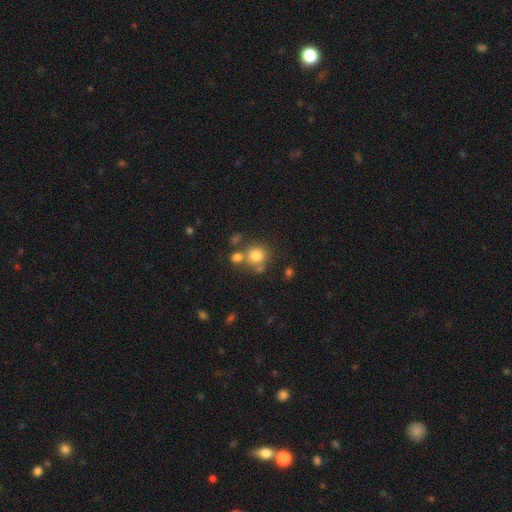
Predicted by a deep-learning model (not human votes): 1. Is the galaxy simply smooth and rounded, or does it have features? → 78% smooth, 12% star or artifact, 9% featured or disk.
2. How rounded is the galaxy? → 89% round, 10% in between, 1% cigar-shaped.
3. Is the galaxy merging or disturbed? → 61% none, 23% merger, 11% minor disturbance, 5% major disturbance.